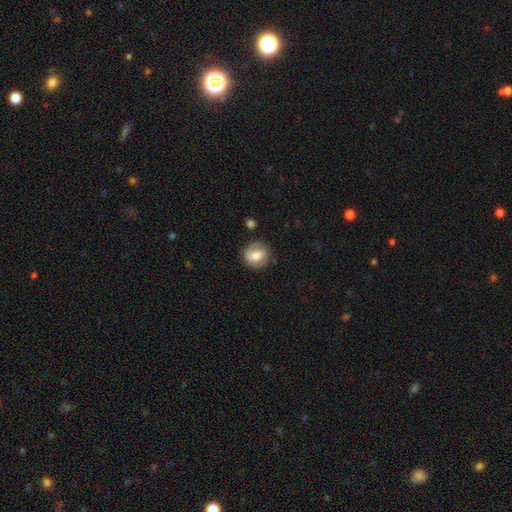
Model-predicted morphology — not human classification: This appears to be a featured or disk galaxy (59%) with a weak bar (46%), spiral arms (81%) and a moderate central bulge (67%). Merging: none (80%).